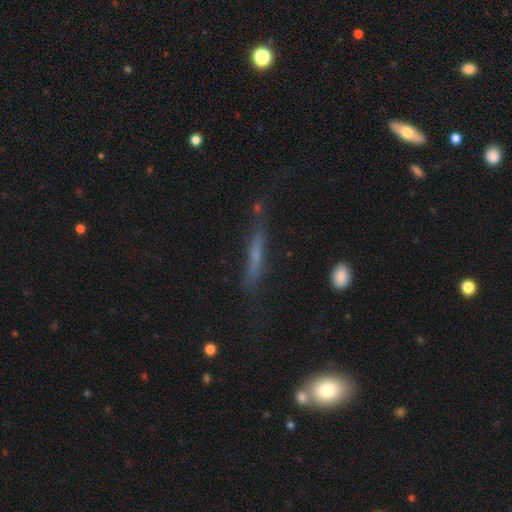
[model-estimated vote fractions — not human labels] Morphology: type=featured or disk (43%, tied with smooth); merging=none (70%).